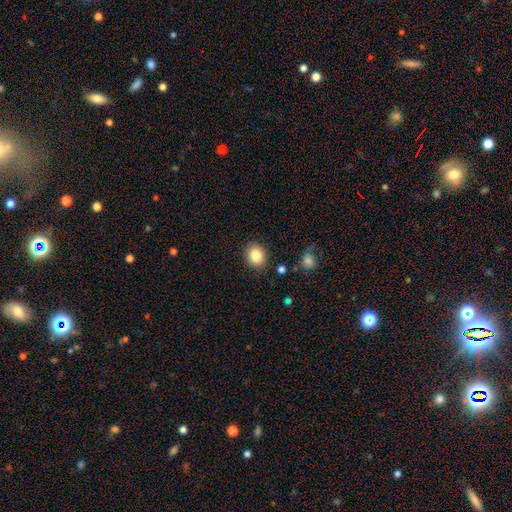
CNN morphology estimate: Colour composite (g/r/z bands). It shows a smooth galaxy with no disk features (84%) that is round (64%). Merging: none (87%).